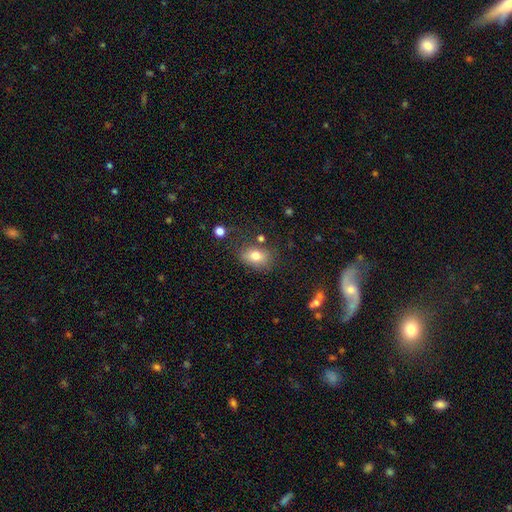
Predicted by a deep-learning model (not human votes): A smooth galaxy with no disk features (78%) that is in between round and cigar-shaped (76%). Merging: none (69%).